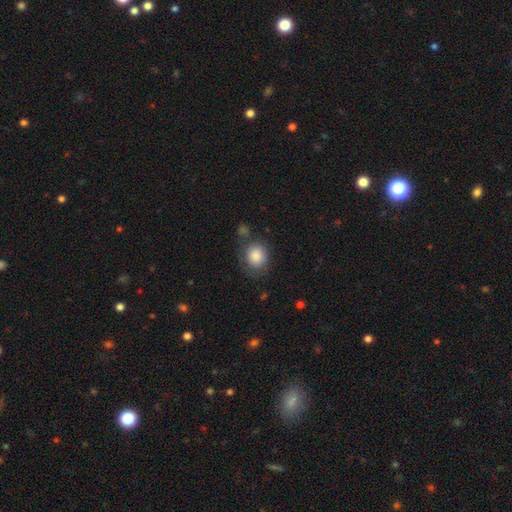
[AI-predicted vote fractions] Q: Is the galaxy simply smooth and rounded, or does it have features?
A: smooth — 85%.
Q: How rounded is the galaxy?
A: round — 71%.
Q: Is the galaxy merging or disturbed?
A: none — 64%.